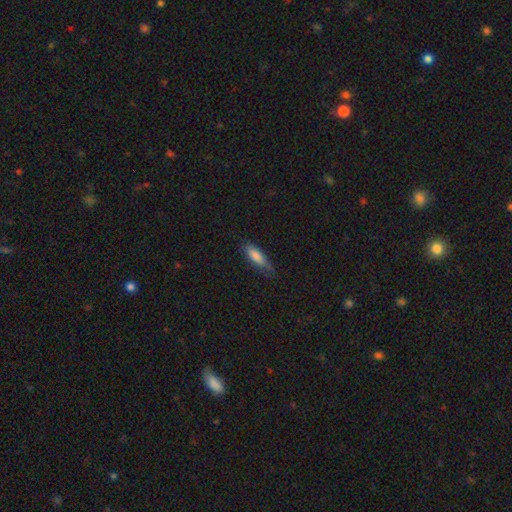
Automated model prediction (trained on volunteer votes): smooth-or-featured: smooth: 81% | featured or disk: 12% | star or artifact: 7%
  how-rounded: in between: 52% | cigar-shaped: 46% | round: 2%
  merging: none: 64% | minor disturbance: 29% | major disturbance: 6% | merger: 1%